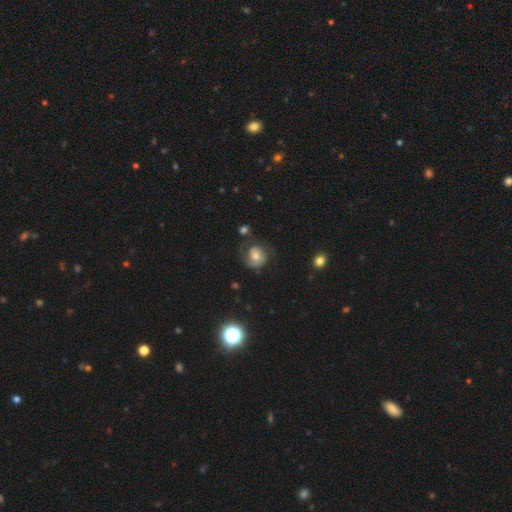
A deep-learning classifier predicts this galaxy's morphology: type=featured or disk (57%); edge-on=no (97%); bar=no (71%); spiral arms=yes (85%); bulge=moderate (62%); merging=none (57%).